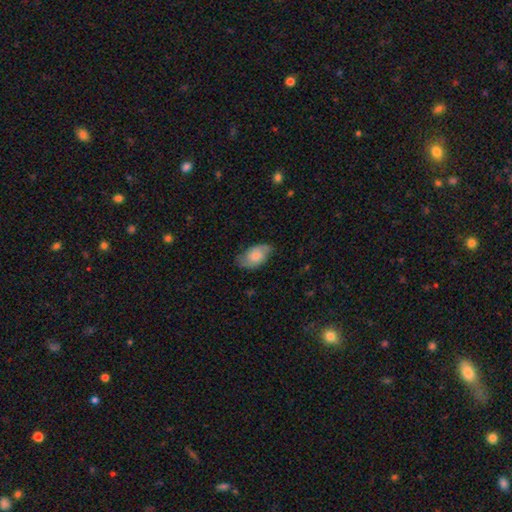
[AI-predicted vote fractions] This is possibly a smooth galaxy (54%). How rounded: clearly in between (91%). Merging: likely none (70%).